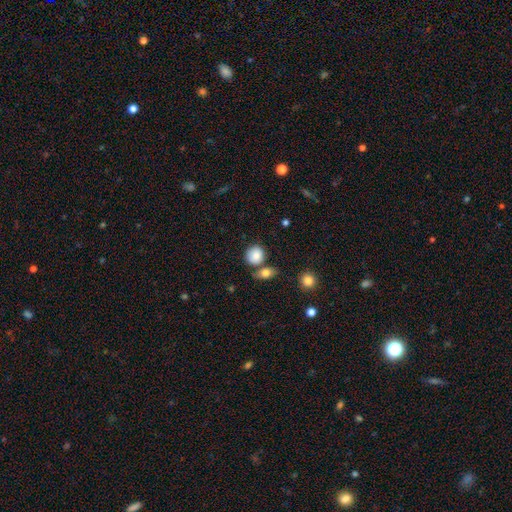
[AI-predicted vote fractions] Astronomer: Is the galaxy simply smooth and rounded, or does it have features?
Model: smooth — 84%.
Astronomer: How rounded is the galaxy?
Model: round — 75%.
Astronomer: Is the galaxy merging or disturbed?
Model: none — 64%.